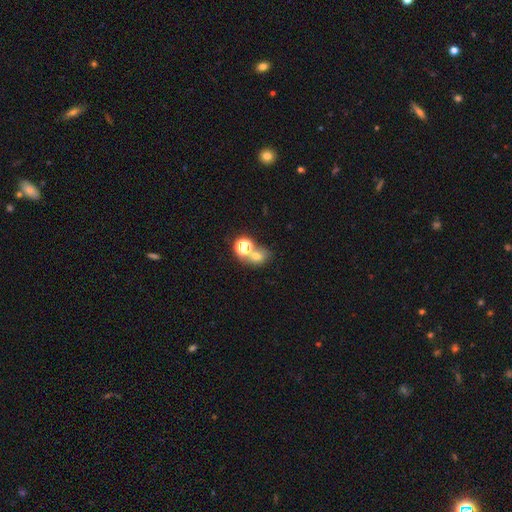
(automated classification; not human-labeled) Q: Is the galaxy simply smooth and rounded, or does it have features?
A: smooth — 64%.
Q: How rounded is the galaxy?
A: round — 60%.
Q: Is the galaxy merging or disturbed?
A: none — 48%.